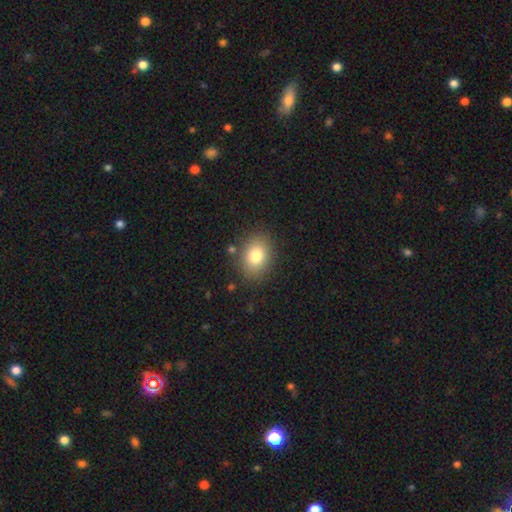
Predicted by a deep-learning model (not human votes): This appears to be a smooth galaxy with no disk features (79%) that is in between round and cigar-shaped (59%). Merging: none (85%).